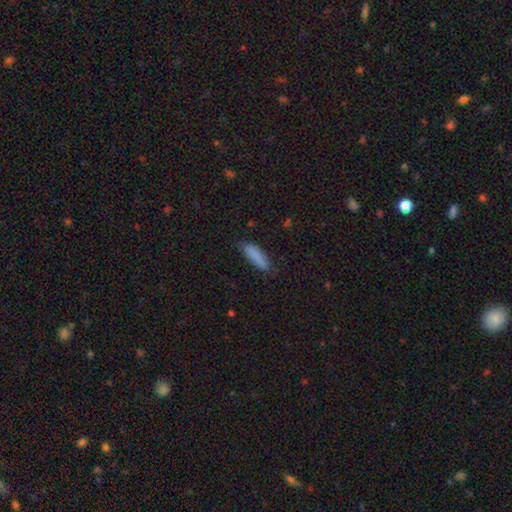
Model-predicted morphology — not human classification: smooth_or_featured: smooth (p=0.85) [alt: featured or disk p=0.08]
how_rounded: cigar-shaped (p=0.63) [alt: in between p=0.36]
merging: none (p=0.80) [alt: minor disturbance p=0.16]